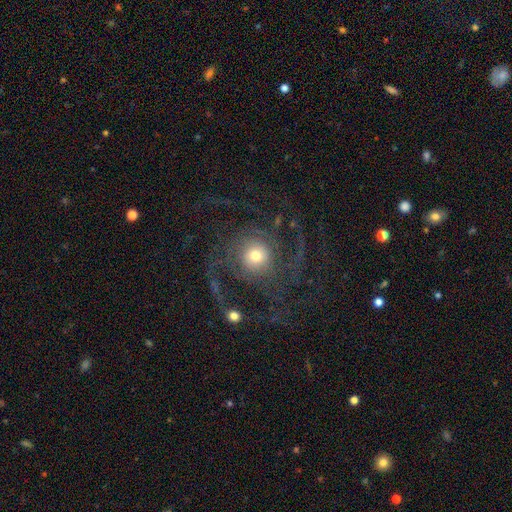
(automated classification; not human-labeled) Smooth or featured? featured or disk (75%)
Edge-on disk? no (97%)
Bar? no (78%)
Spiral arms? yes (90%)
Spiral winding? loose (37%)
Spiral arm count? 2 (28%)
Bulge size? moderate (54%)
Merging? none (62%)